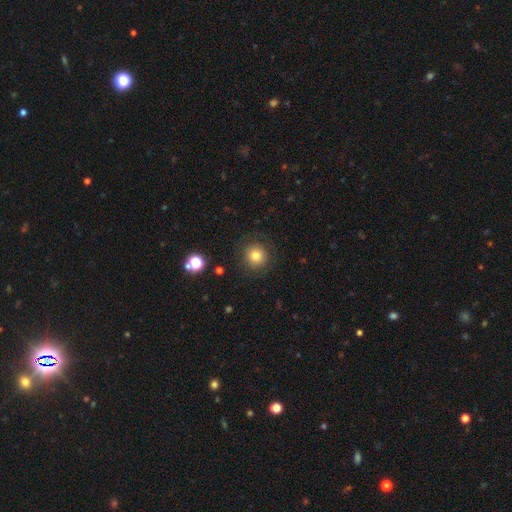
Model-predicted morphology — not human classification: Q: Smooth or featured?
A: smooth (77%); runner-up: star or artifact (13%)
Q: How rounded?
A: round (93%); runner-up: in between (6%)
Q: Merging?
A: none (86%); runner-up: minor disturbance (9%)